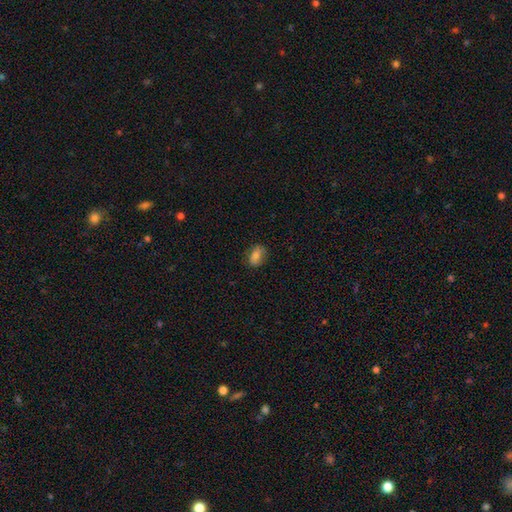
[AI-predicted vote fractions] Morphology: type=smooth (79%); roundness=in between (82%); merging=none (79%).